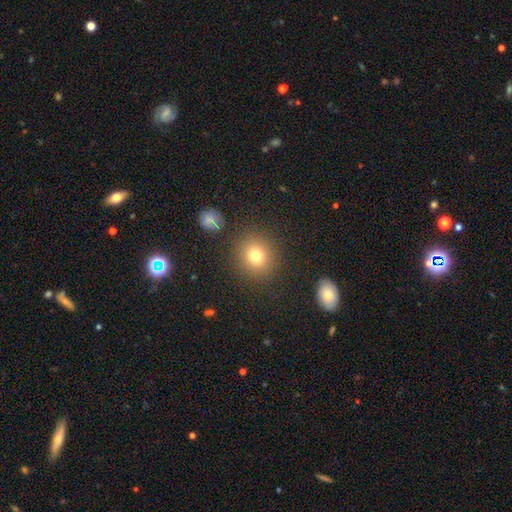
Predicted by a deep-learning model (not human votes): Smooth or featured? smooth (78%)
How rounded? round (82%)
Merging? none (86%)